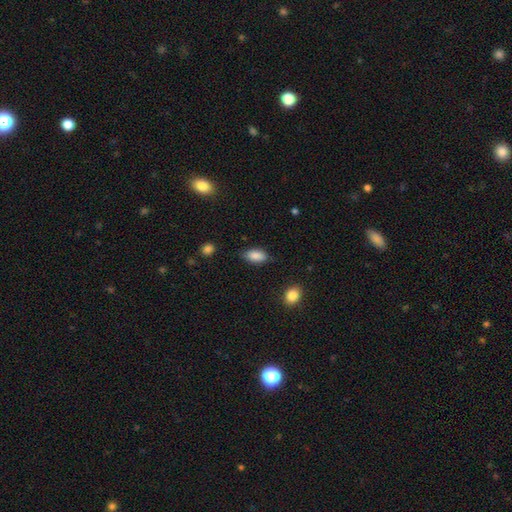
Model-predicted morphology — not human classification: type=smooth (87%); roundness=in between (90%); merging=none (77%).